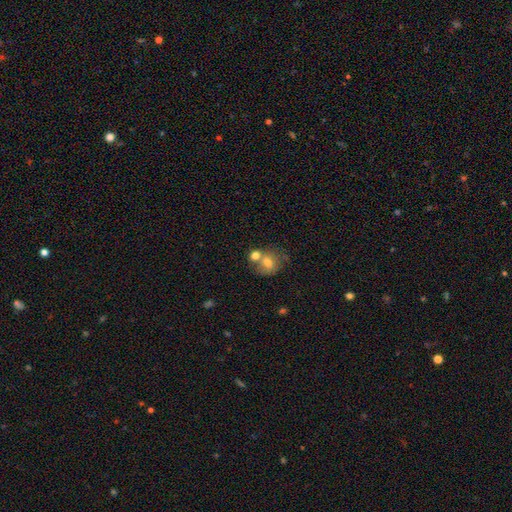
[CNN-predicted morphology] This appears to be a smooth galaxy with no disk features (72%) that is round (71%). Merging: merger (49%).